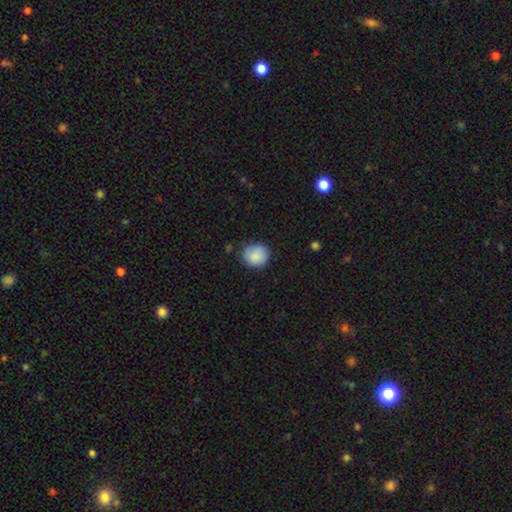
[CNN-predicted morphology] This is clearly a smooth galaxy (86%). How rounded: clearly round (82%). Merging: likely none (77%).